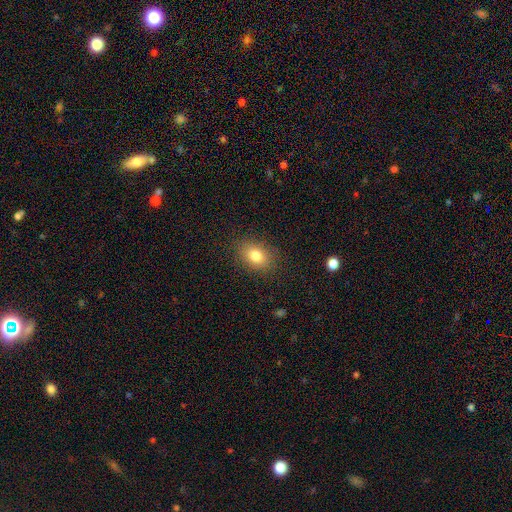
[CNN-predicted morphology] Smooth or featured: smooth — 80% (star or artifact — 10%)
How rounded: in between — 73% (round — 26%)
Merging: none — 87% (minor disturbance — 9%)